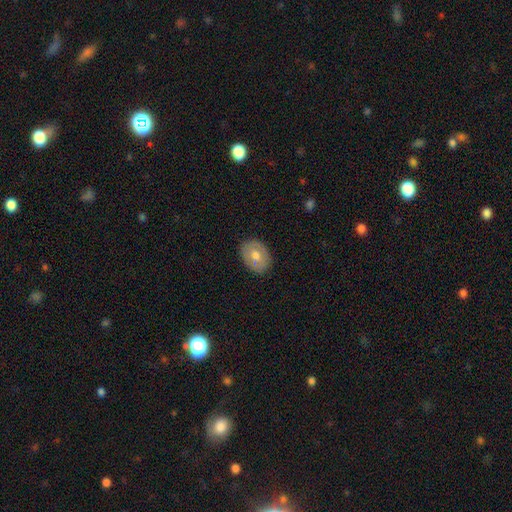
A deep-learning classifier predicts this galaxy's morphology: Overall: smooth (54%; featured or disk 38%). How rounded: in between (68%; round 31%). Merging: none (84%).